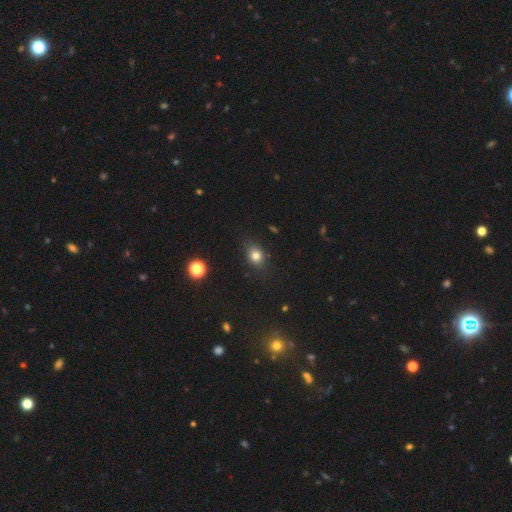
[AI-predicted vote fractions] Overall: smooth (78%). How rounded: round (50%; in between 49%). Merging: none (79%).